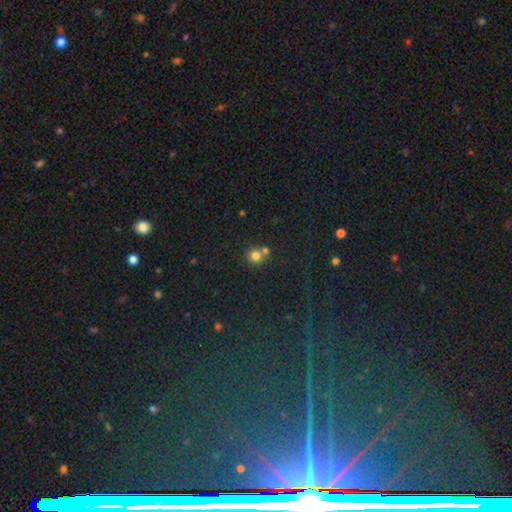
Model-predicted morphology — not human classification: The model was most divided on "merging": none: 54%, merger: 37%, minor disturbance: 7%, major disturbance: 2%. More confident: how rounded — round (90%); smooth or featured — smooth (77%).